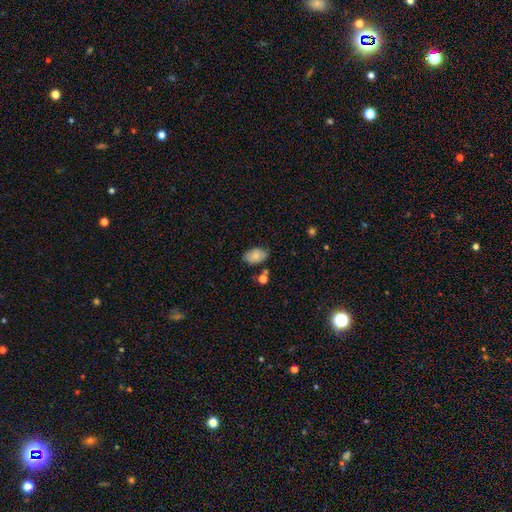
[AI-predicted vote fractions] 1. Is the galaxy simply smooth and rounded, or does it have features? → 77% smooth, 15% featured or disk, 8% star or artifact.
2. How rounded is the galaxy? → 90% in between, 9% round, 1% cigar-shaped.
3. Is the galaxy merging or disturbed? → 72% none, 19% minor disturbance, 5% merger, 4% major disturbance.